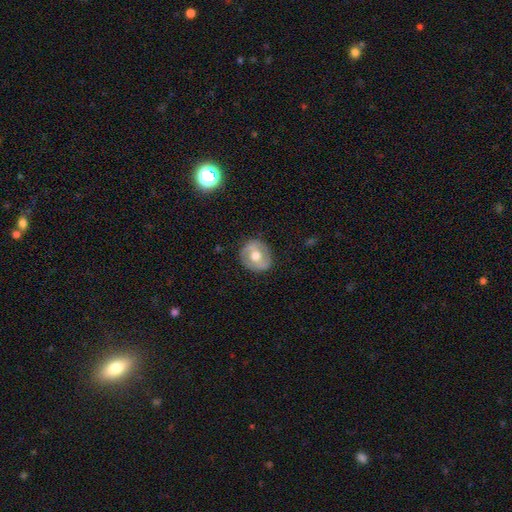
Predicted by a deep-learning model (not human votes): smooth_or_featured: smooth (p=0.48) [alt: featured or disk p=0.45]
merging: none (p=0.84) [alt: minor disturbance p=0.12]